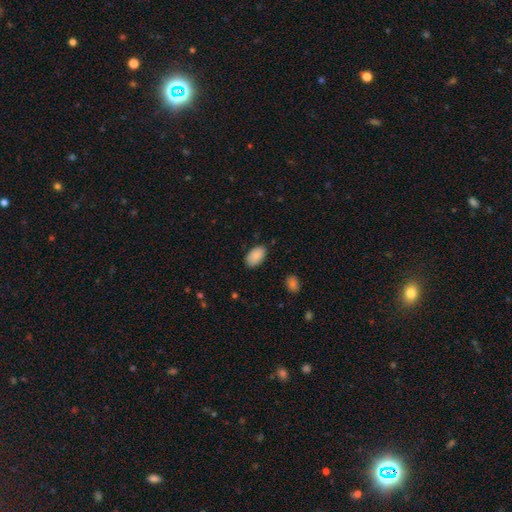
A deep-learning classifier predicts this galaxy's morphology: Smooth or featured?
  - smooth: 88% *
  - star or artifact: 7%
  - featured or disk: 5%
How rounded?
  - in between: 93% *
  - round: 6%
  - cigar-shaped: 1%
Merging?
  - none: 83% *
  - minor disturbance: 13%
  - major disturbance: 3%
  - merger: 1%